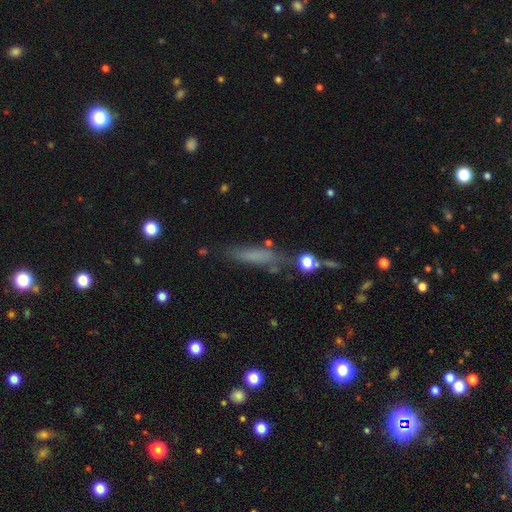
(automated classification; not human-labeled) The model was most divided on "smooth or featured": smooth: 66%, featured or disk: 21%, star or artifact: 13%. More confident: how rounded — cigar-shaped (79%); merging — none (67%).